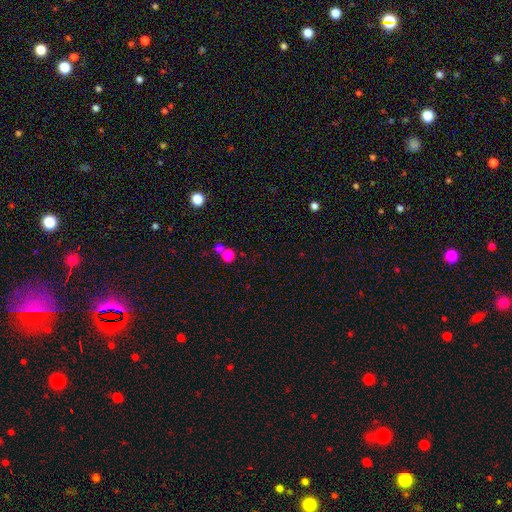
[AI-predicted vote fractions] A smooth galaxy with no disk features (72%) that is round (89%).

Vote fractions:
- Smooth or featured? smooth: 72% / star or artifact: 21% / featured or disk: 7%
- How rounded? round: 89% / in between: 9% / cigar-shaped: 1%
- Merging? none: 65% / merger: 23% / minor disturbance: 8% / major disturbance: 4%